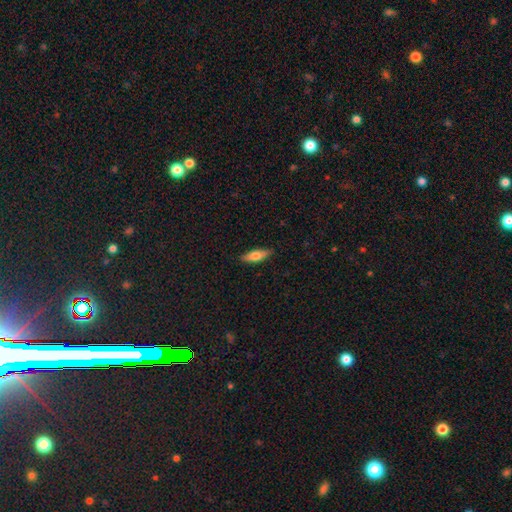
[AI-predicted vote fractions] The model was most divided on "how rounded": in between: 57%, cigar-shaped: 41%, round: 2%. More confident: merging — none (87%); smooth or featured — smooth (69%).